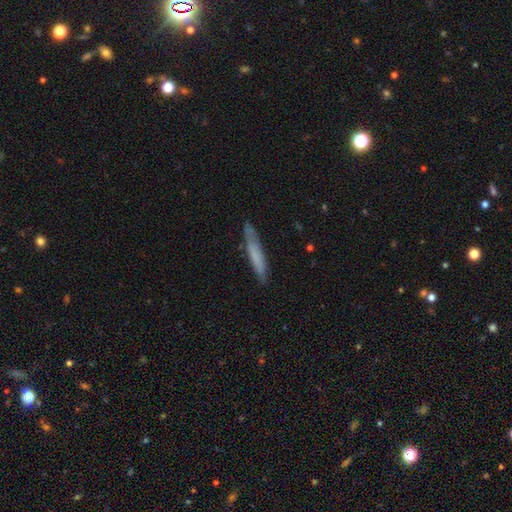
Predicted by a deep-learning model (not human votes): Morphology: type=smooth (63%); roundness=cigar-shaped (92%); merging=none (81%).